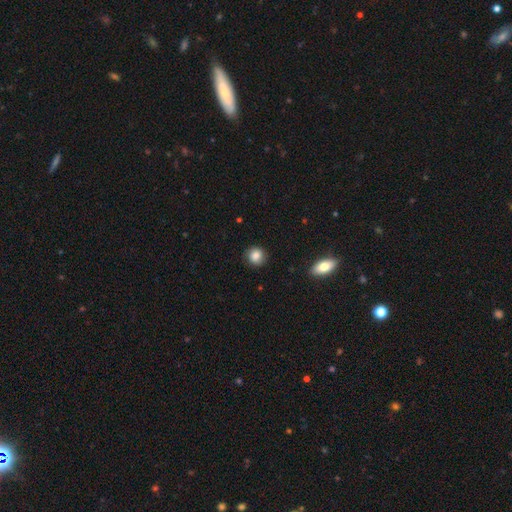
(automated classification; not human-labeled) A smooth galaxy with no disk features (84%) that is round (87%). Merging: none (85%).